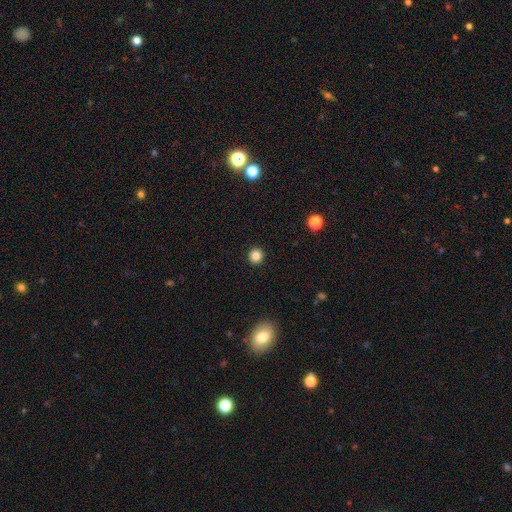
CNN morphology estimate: Overall: smooth (84%). How rounded: round (94%). Merging: none (93%).